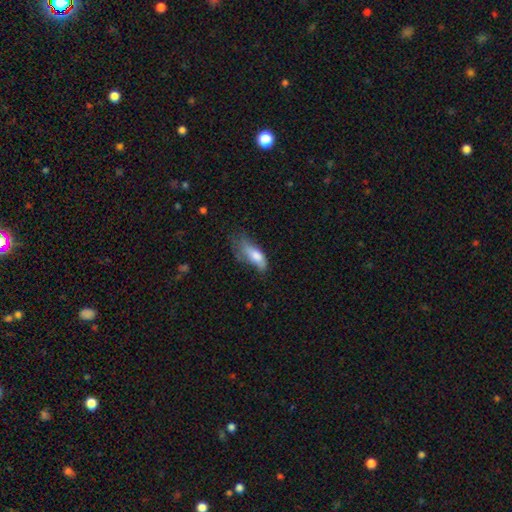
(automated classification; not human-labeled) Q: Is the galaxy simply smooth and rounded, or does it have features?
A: smooth — 74%.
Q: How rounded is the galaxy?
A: in between — 72%.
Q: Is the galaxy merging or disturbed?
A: minor disturbance — 37%.